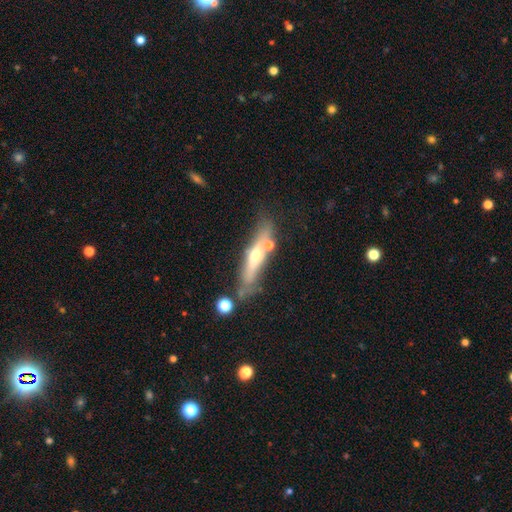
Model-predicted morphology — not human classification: Smooth or featured?
  - featured or disk: 62% *
  - smooth: 31%
  - star or artifact: 7%
Edge-on disk?
  - yes: 79% *
  - no: 21%
Merging?
  - none: 63% *
  - minor disturbance: 19%
  - merger: 11%
  - major disturbance: 7%